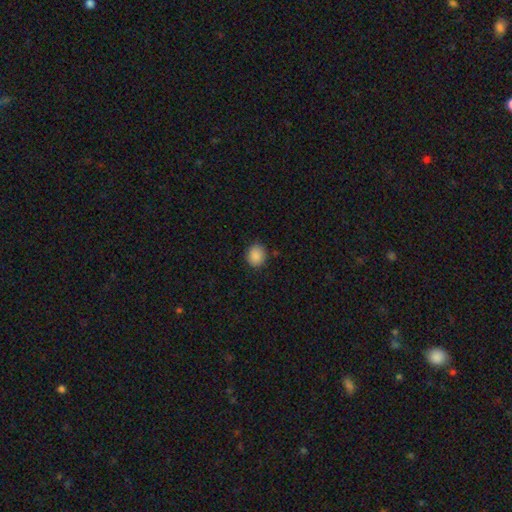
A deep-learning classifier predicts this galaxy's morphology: Smooth or featured: smooth — 88% (star or artifact — 9%)
How rounded: round — 75% (in between — 24%)
Merging: none — 86% (minor disturbance — 10%)